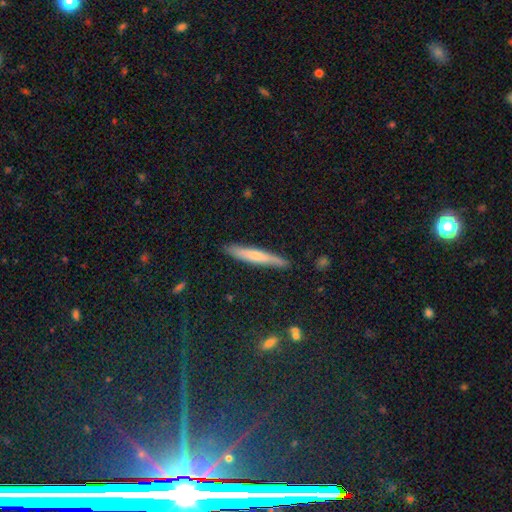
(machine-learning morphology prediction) smooth-or-featured: smooth: 59% | featured or disk: 34% | star or artifact: 6%
  how-rounded: cigar-shaped: 94% | in between: 4% | round: 1%
  merging: none: 87% | minor disturbance: 10% | major disturbance: 2% | merger: 1%